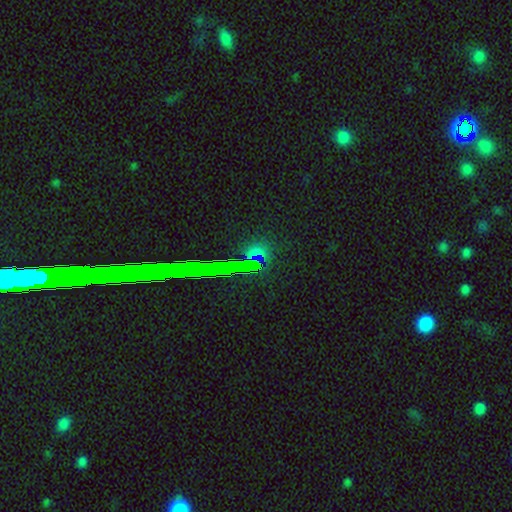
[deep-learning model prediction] Overall: star or artifact (66%).